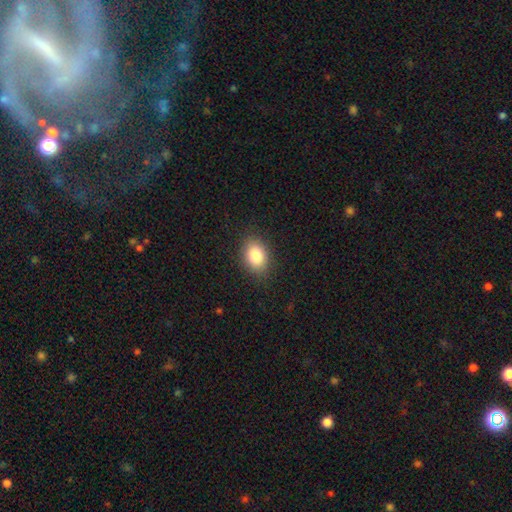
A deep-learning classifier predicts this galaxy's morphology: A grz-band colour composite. It shows a smooth galaxy with no disk features (84%) that is in between round and cigar-shaped (76%). Merging: none (87%).